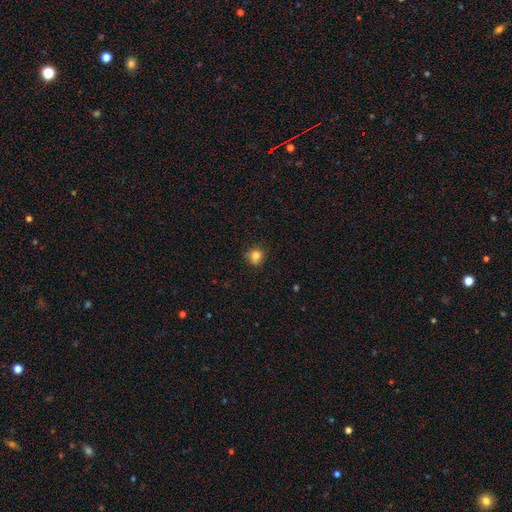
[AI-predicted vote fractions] smooth-or-featured: smooth: 81% | star or artifact: 12% | featured or disk: 8%
  how-rounded: round: 83% | in between: 16% | cigar-shaped: 1%
  merging: none: 76% | minor disturbance: 18% | major disturbance: 4% | merger: 3%